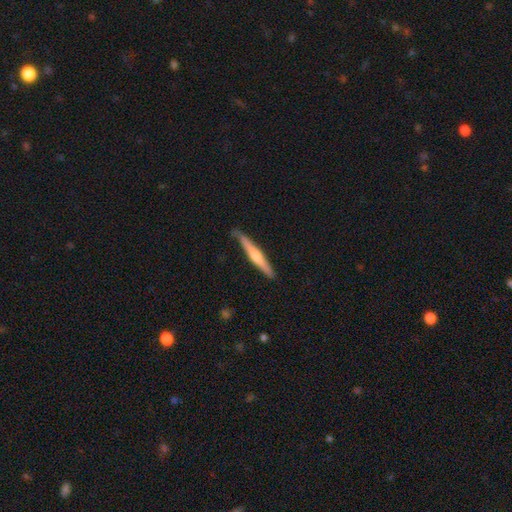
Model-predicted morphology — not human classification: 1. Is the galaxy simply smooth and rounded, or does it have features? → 58% featured or disk, 36% smooth, 5% star or artifact.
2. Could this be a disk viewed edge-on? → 97% yes, 3% no.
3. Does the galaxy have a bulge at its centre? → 73% rounded, 17% none, 10% boxy.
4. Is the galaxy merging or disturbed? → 83% none, 14% minor disturbance, 2% major disturbance, 1% merger.